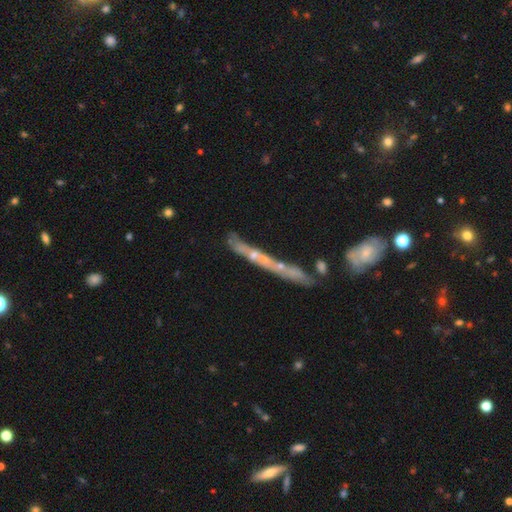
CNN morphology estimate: Smooth or featured?
  - featured or disk: 59% *
  - smooth: 29%
  - star or artifact: 11%
Edge-on disk?
  - yes: 73% *
  - no: 27%
Merging?
  - none: 49% *
  - merger: 22%
  - minor disturbance: 18%
  - major disturbance: 11%